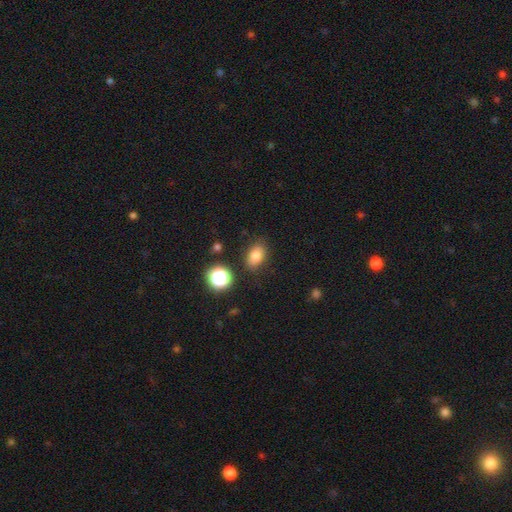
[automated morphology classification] smooth-or-featured: smooth: 77% | star or artifact: 13% | featured or disk: 10%
  how-rounded: in between: 80% | round: 18% | cigar-shaped: 2%
  merging: none: 83% | minor disturbance: 12% | major disturbance: 3% | merger: 3%